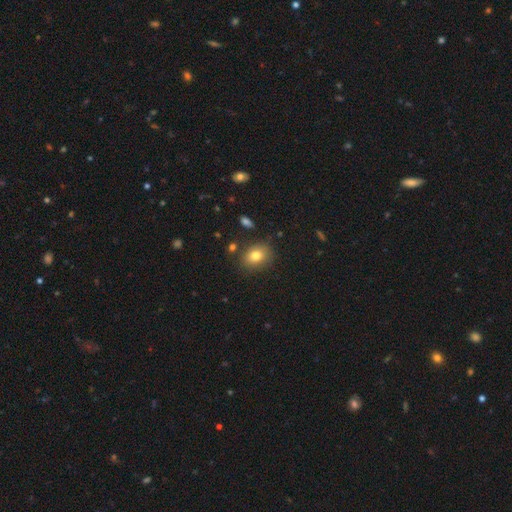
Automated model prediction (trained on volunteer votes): Morphology: type=smooth (79%); roundness=in between (61%); merging=none (82%).